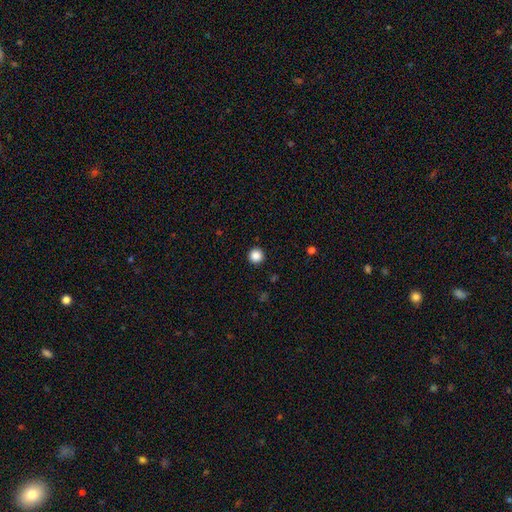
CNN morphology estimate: Q: Smooth or featured?
A: smooth (87%); runner-up: star or artifact (11%)
Q: How rounded?
A: round (96%); runner-up: in between (3%)
Q: Merging?
A: none (93%); runner-up: minor disturbance (4%)